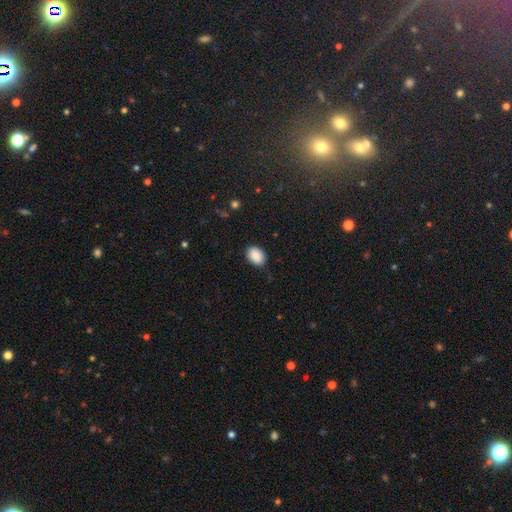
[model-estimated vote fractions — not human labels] A smooth galaxy with no disk features (87%) that is in between round and cigar-shaped (73%).

Vote fractions:
- Smooth or featured? smooth: 87% / star or artifact: 8% / featured or disk: 5%
- How rounded? in between: 73% / round: 26% / cigar-shaped: 1%
- Merging? none: 73% / minor disturbance: 22% / major disturbance: 4% / merger: 1%